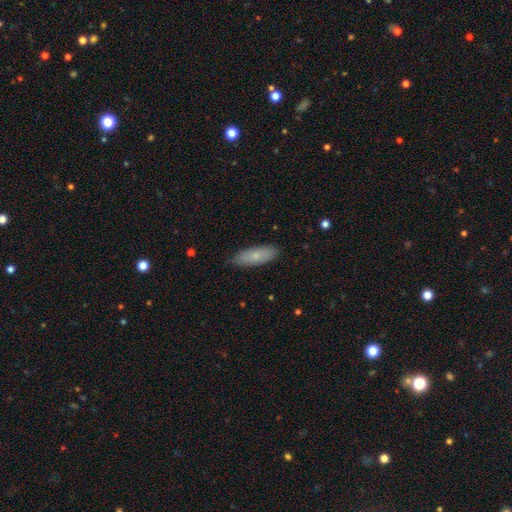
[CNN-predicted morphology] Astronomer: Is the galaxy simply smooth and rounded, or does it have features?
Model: smooth — 72%.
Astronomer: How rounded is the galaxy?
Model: in between — 65%.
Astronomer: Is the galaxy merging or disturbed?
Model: none — 81%.